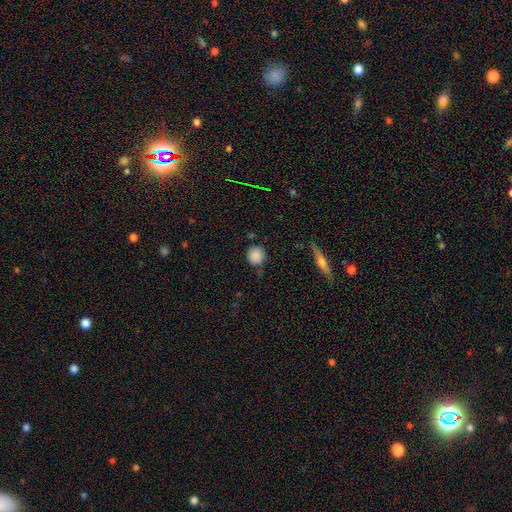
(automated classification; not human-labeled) Q: Smooth or featured?
A: smooth (86%); runner-up: star or artifact (10%)
Q: How rounded?
A: round (89%); runner-up: in between (10%)
Q: Merging?
A: none (82%); runner-up: minor disturbance (12%)